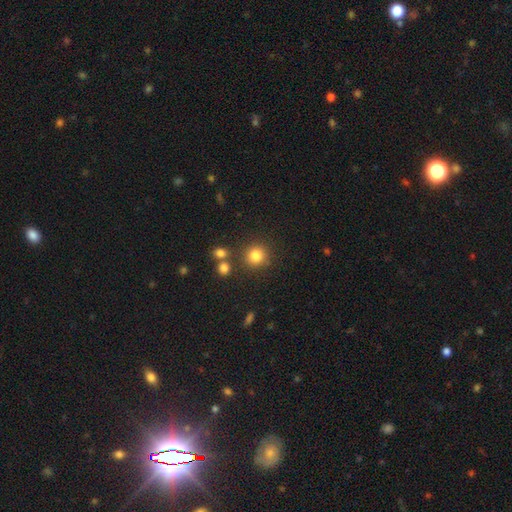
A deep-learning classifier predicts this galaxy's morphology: Smooth or featured?
  - smooth: 82% *
  - star or artifact: 12%
  - featured or disk: 6%
How rounded?
  - round: 91% *
  - in between: 8%
  - cigar-shaped: 1%
Merging?
  - none: 80% *
  - minor disturbance: 8%
  - merger: 8%
  - major disturbance: 3%